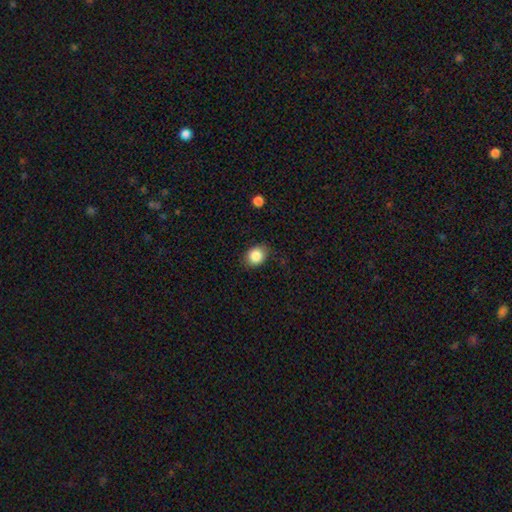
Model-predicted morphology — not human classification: Overall: smooth (85%). How rounded: round (57%; in between 42%). Merging: none (83%).